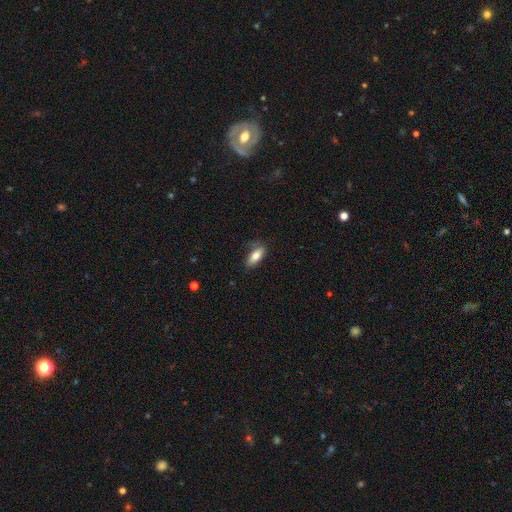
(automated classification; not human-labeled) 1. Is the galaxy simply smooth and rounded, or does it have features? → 82% smooth, 12% featured or disk, 7% star or artifact.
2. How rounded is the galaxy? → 79% in between, 19% cigar-shaped, 2% round.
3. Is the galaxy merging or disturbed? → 70% none, 23% minor disturbance, 6% major disturbance, 2% merger.